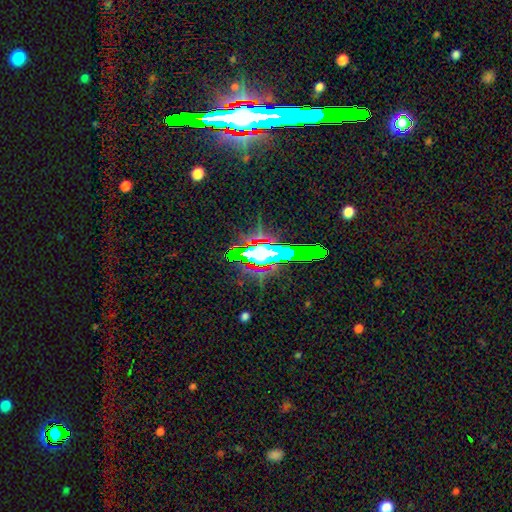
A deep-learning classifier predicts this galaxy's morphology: type=star or artifact (62%).